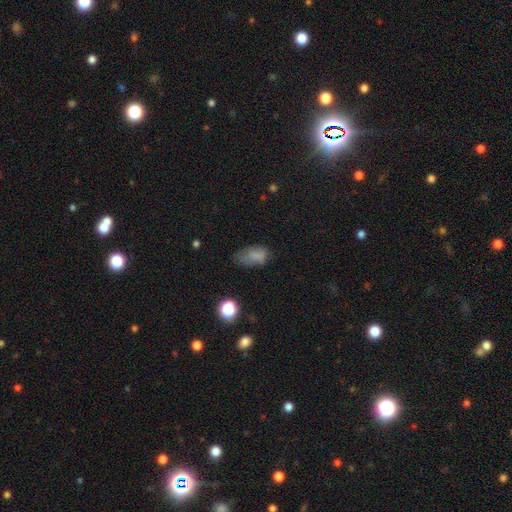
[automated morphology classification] A smooth galaxy with no disk features (73%) that is in between round and cigar-shaped (89%). Merging: none (43%).